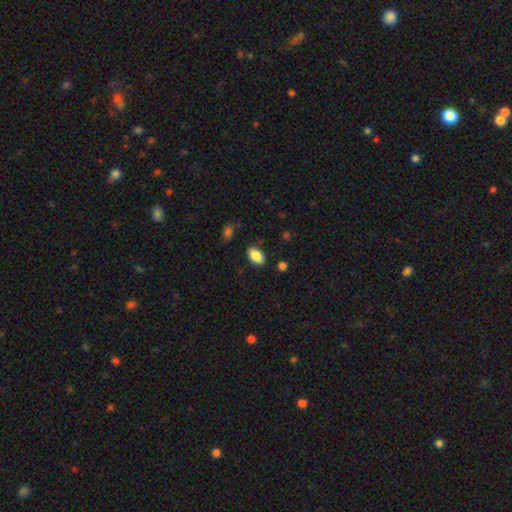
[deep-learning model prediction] Smooth or featured?
  - smooth: 86% *
  - star or artifact: 8%
  - featured or disk: 6%
How rounded?
  - in between: 93% *
  - round: 5%
  - cigar-shaped: 2%
Merging?
  - none: 85% *
  - minor disturbance: 11%
  - major disturbance: 2%
  - merger: 2%